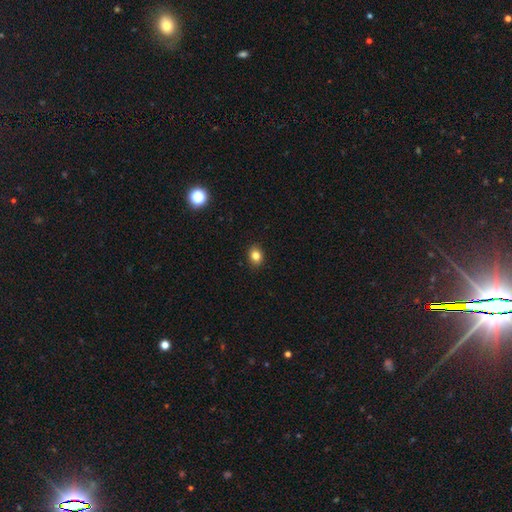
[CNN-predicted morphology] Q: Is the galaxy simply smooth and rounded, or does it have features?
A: smooth — 83%.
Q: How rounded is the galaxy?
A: in between — 56%.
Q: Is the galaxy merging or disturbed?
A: none — 89%.